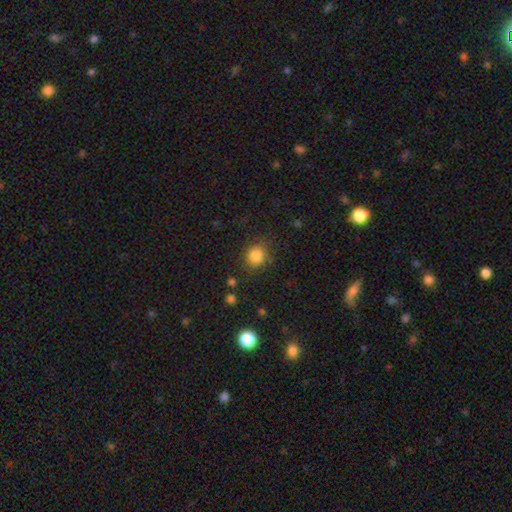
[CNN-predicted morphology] Smooth or featured?
  - smooth: 84% *
  - star or artifact: 11%
  - featured or disk: 5%
How rounded?
  - round: 79% *
  - in between: 20%
  - cigar-shaped: 1%
Merging?
  - none: 80% *
  - minor disturbance: 13%
  - major disturbance: 4%
  - merger: 3%